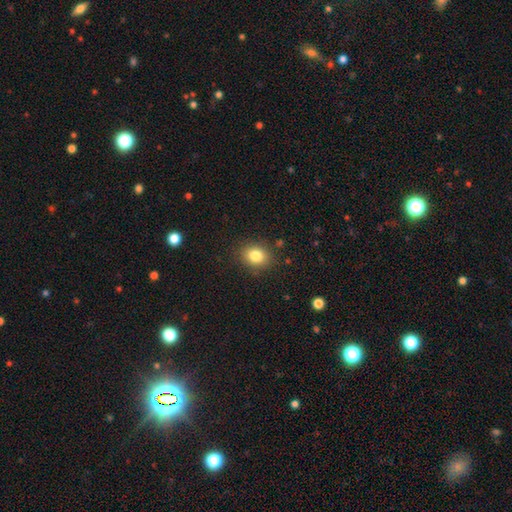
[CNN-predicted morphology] Smooth or featured: smooth — 82% (star or artifact — 11%)
How rounded: round — 54% (in between — 45%)
Merging: none — 86% (minor disturbance — 10%)